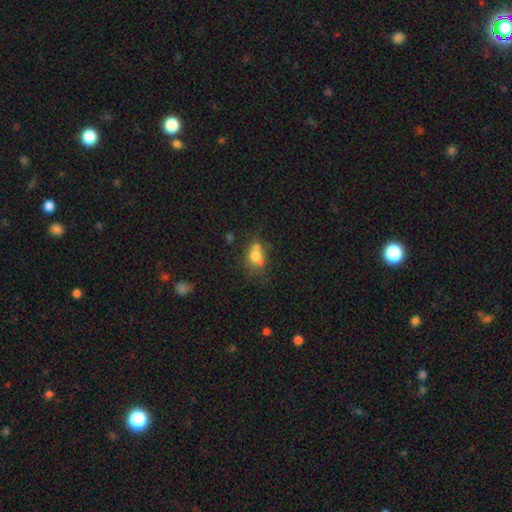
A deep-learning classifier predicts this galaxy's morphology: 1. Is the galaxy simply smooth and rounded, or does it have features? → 66% smooth, 21% featured or disk, 13% star or artifact.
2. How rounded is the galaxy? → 58% in between, 39% round, 2% cigar-shaped.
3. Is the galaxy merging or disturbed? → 37% none, 32% merger, 19% minor disturbance, 12% major disturbance.